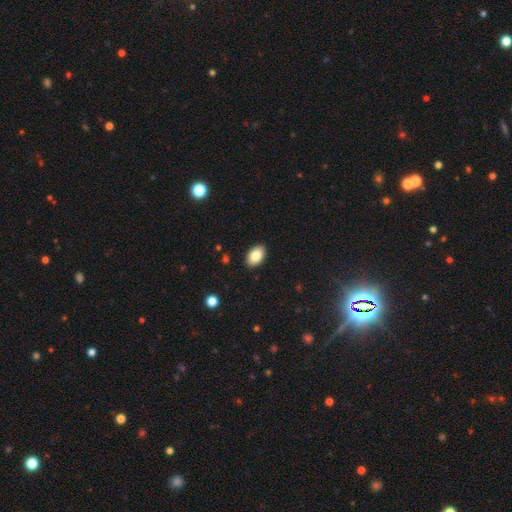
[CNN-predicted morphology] This appears to be a smooth galaxy with no disk features (84%) that is in between round and cigar-shaped (90%). Merging: none (90%).